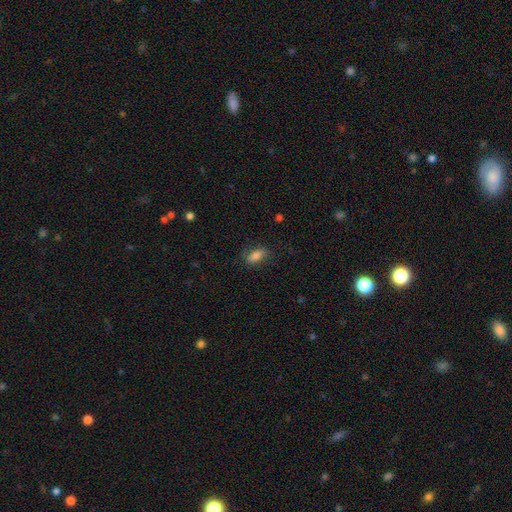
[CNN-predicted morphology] A smooth galaxy with no disk features (77%) that is in between round and cigar-shaped (81%). Merging: none (71%).